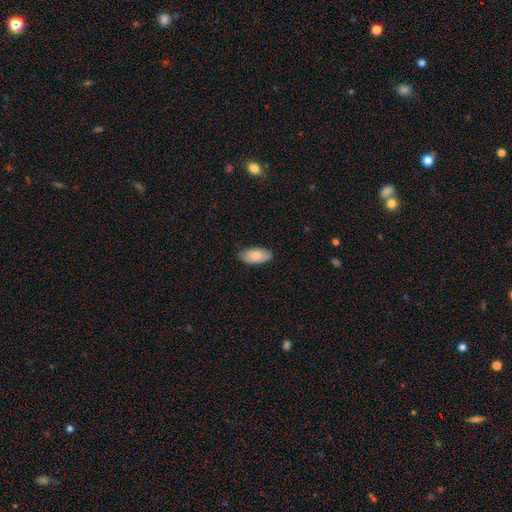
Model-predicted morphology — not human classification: Q: Smooth or featured?
A: smooth (86%); runner-up: featured or disk (9%)
Q: How rounded?
A: in between (92%); runner-up: cigar-shaped (6%)
Q: Merging?
A: none (84%); runner-up: minor disturbance (13%)